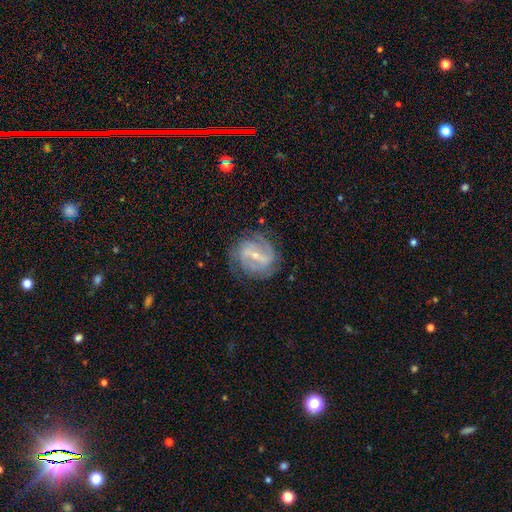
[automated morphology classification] This is clearly a featured or disk galaxy (85%). It is clearly not viewed edge-on (96%). Bar: possibly strong (49%). Spiral arm pattern: clearly yes (91%). Spiral arm count: possibly 2 (47%). Spiral winding: marginally tight (45%). Central bulge: likely small (66%). Merging: likely none (72%).